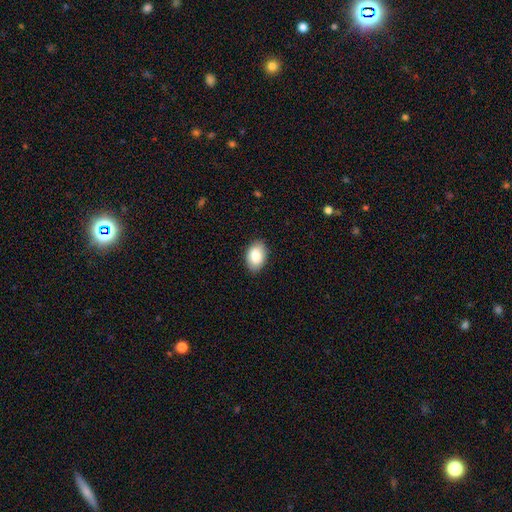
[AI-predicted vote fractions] Smooth or featured? Predicted: smooth (p=0.84). How rounded? Predicted: in between (p=0.87). Merging? Predicted: none (p=0.88).